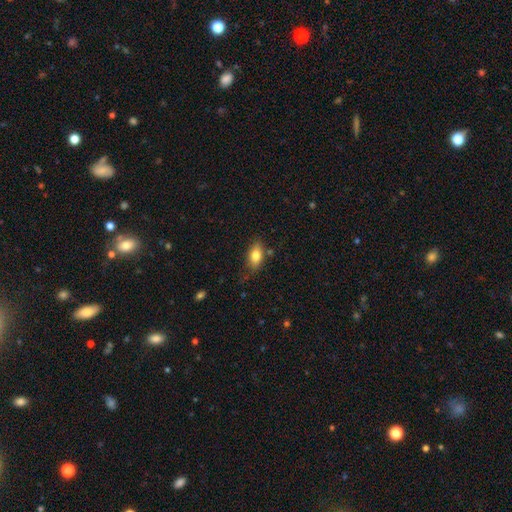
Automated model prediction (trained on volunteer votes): Smooth or featured? smooth (80%)
How rounded? in between (87%)
Merging? none (73%)